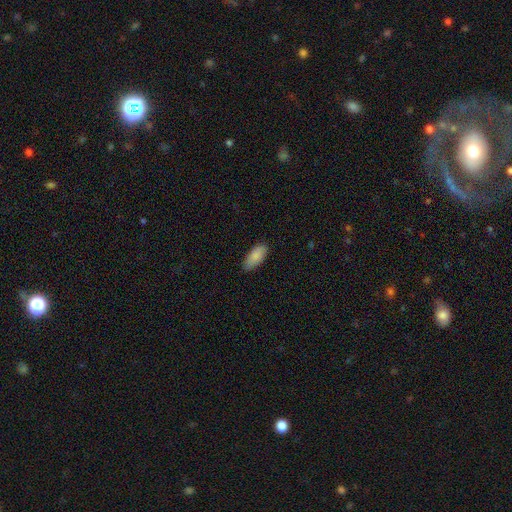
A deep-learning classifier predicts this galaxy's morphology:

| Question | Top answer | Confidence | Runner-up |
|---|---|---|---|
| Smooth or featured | smooth | 87% | featured or disk (7%) |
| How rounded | in between | 88% | cigar-shaped (10%) |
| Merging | none | 82% | minor disturbance (15%) |